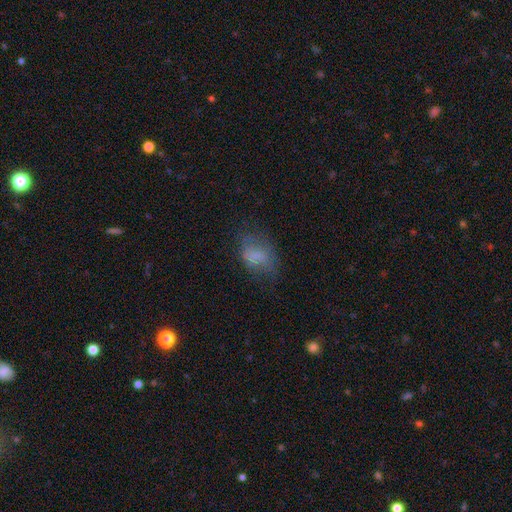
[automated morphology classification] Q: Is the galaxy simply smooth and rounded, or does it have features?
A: smooth — 62%.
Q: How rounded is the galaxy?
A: in between — 81%.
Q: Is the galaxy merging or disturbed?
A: none — 47%.